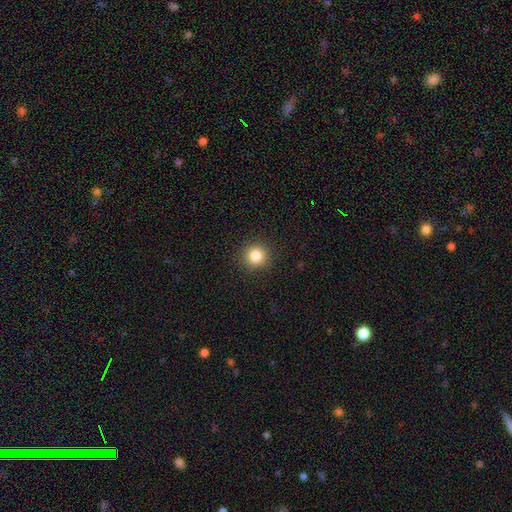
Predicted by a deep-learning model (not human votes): Smooth or featured? smooth (83%)
How rounded? round (94%)
Merging? none (92%)